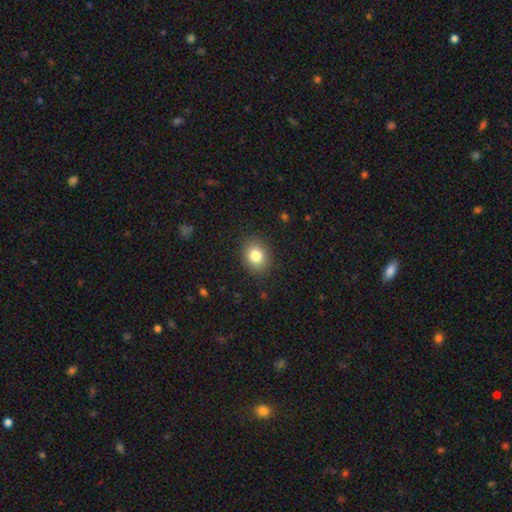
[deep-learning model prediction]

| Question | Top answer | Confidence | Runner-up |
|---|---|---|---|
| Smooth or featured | smooth | 82% | star or artifact (10%) |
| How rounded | round | 59% | in between (40%) |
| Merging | none | 88% | minor disturbance (8%) |